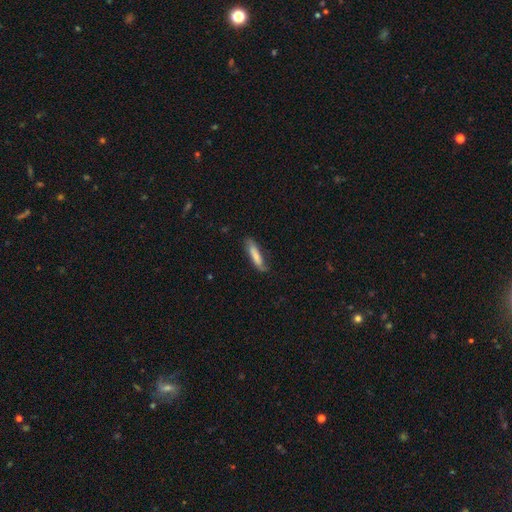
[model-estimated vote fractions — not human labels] smooth_or_featured: smooth (p=0.71) [alt: featured or disk p=0.23]
how_rounded: cigar-shaped (p=0.77) [alt: in between p=0.21]
merging: none (p=0.64) [alt: minor disturbance p=0.25]